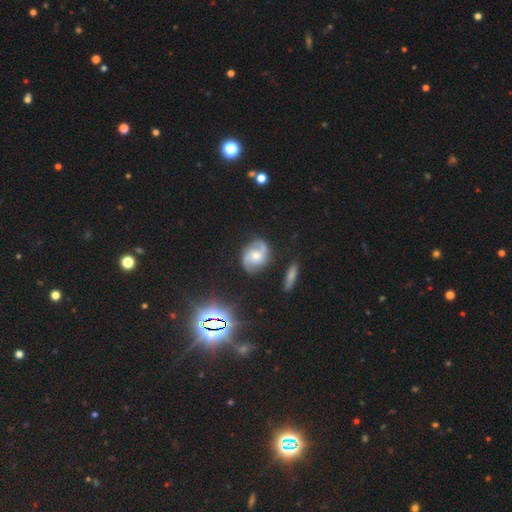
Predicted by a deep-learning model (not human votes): Smooth or featured: featured or disk — 80% (smooth — 13%)
Edge-on disk: no — 97% (yes — 3%)
Bar: no — 57% (weak — 35%)
Spiral arms: yes — 96% (no — 4%)
Spiral winding: medium — 53% (tight — 27%)
Spiral arm count: 2 — 90% (can't tell — 4%)
Bulge size: moderate — 61% (small — 26%)
Merging: none — 78% (minor disturbance — 14%)